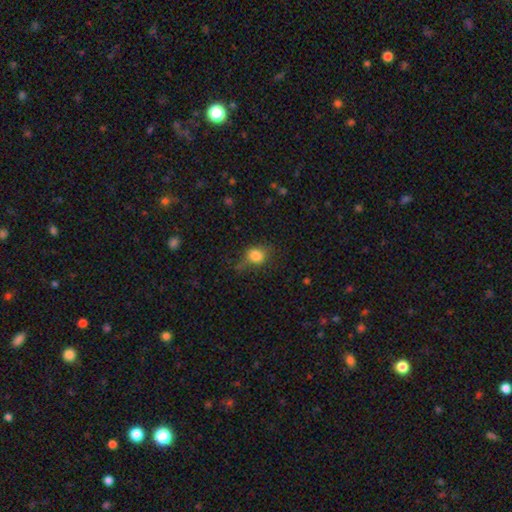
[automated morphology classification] smooth-or-featured: smooth: 80% | star or artifact: 11% | featured or disk: 9%
  how-rounded: round: 61% | in between: 38% | cigar-shaped: 1%
  merging: none: 55% | minor disturbance: 28% | major disturbance: 13% | merger: 3%